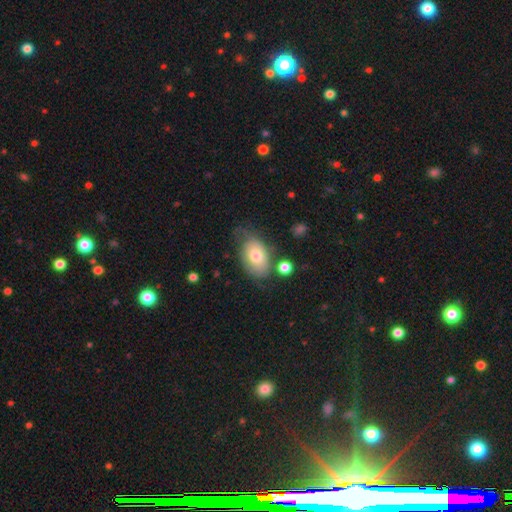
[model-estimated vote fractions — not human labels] A smooth galaxy with no disk features (71%) that is in between round and cigar-shaped (89%). Merging: none (54%).